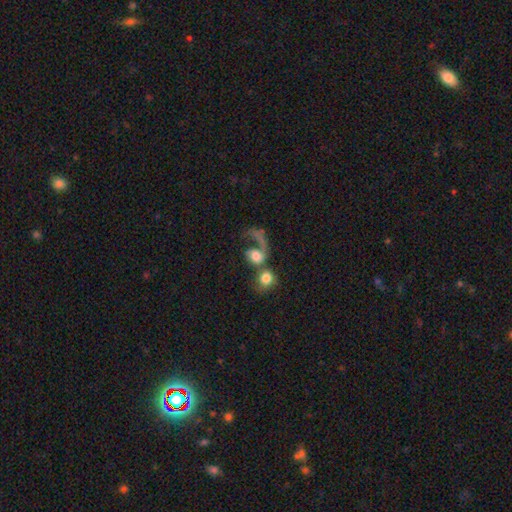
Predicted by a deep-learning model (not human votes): smooth_or_featured: smooth (p=0.51) [alt: featured or disk p=0.40]
how_rounded: round (p=0.65) [alt: in between p=0.33]
merging: merger (p=0.58) [alt: major disturbance p=0.22]